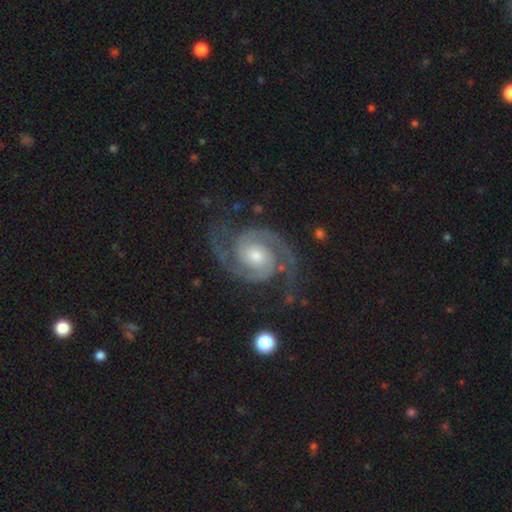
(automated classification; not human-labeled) This appears to be a featured or disk galaxy (94%) with no bar (65%), 2 (94%) medium (49%) spiral arms (99%) and a moderate central bulge (60%). Merging: none (80%).